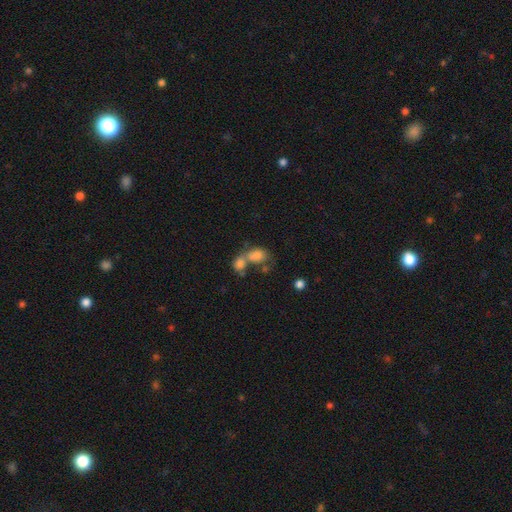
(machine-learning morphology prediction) Overall: smooth (74%). How rounded: in between (67%; round 31%). Merging: merger (64%).